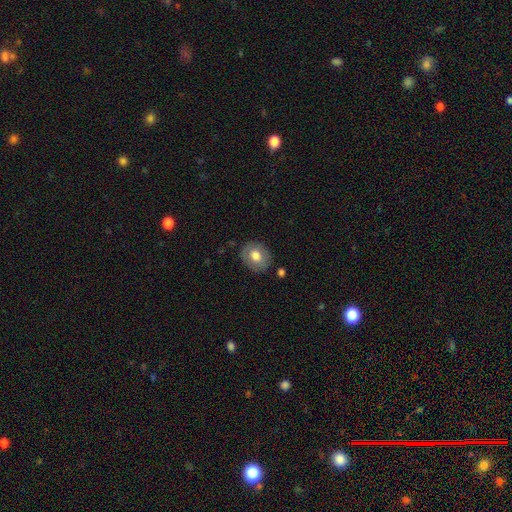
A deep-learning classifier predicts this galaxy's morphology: smooth 68%, featured or disk 24%, star or artifact 7%. Down the decision tree: how rounded — round (59%); merging — none (83%).